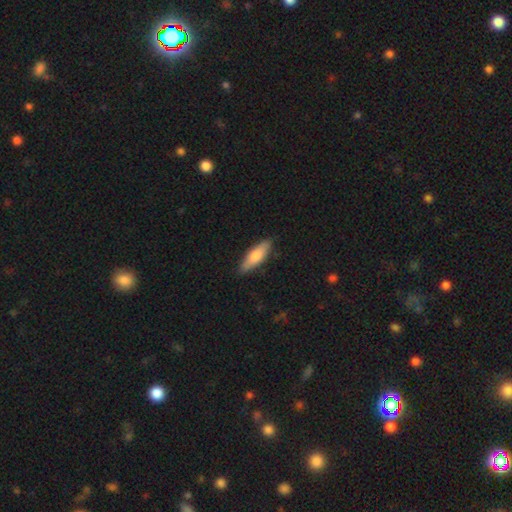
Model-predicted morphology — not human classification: This is likely a smooth galaxy (71%). How rounded: possibly cigar-shaped (50%). Merging: clearly none (87%).